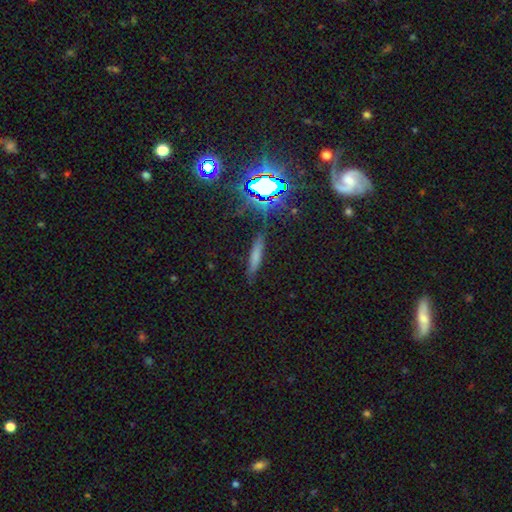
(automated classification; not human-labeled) A smooth galaxy with no disk features (64%) that is cigar-shaped (85%). Merging: none (81%).